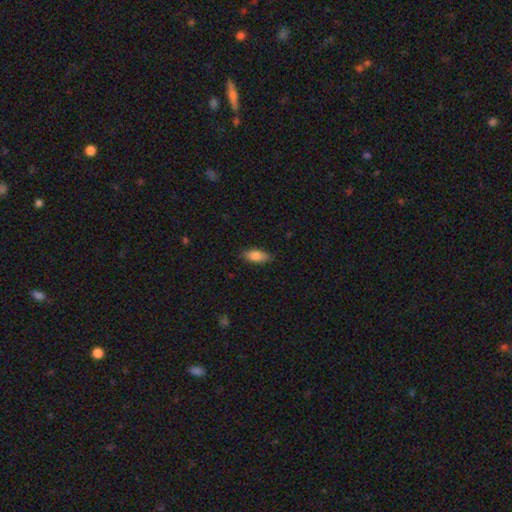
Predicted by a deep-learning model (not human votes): smooth-or-featured: smooth: 83% | featured or disk: 10% | star or artifact: 7%
  how-rounded: in between: 81% | cigar-shaped: 16% | round: 3%
  merging: none: 85% | minor disturbance: 12% | major disturbance: 2% | merger: 1%